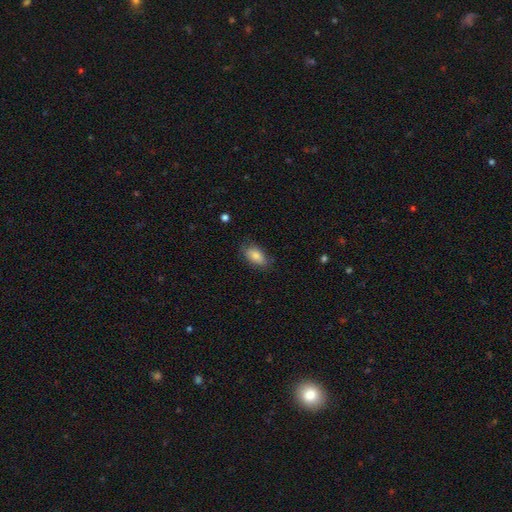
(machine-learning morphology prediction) This is clearly a smooth galaxy (82%). How rounded: clearly in between (91%). Merging: likely none (75%).